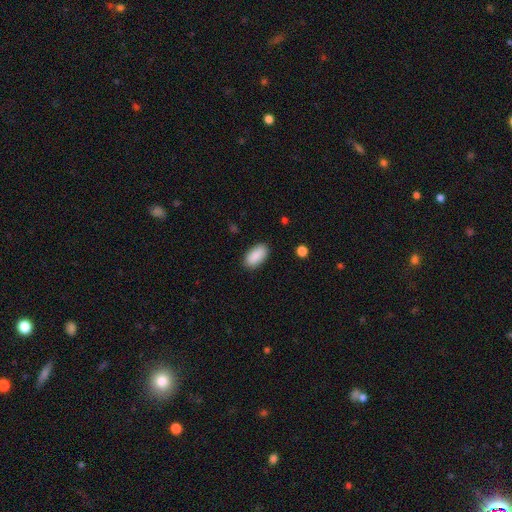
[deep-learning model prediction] Overall: smooth (89%). How rounded: in between (94%). Merging: none (87%).